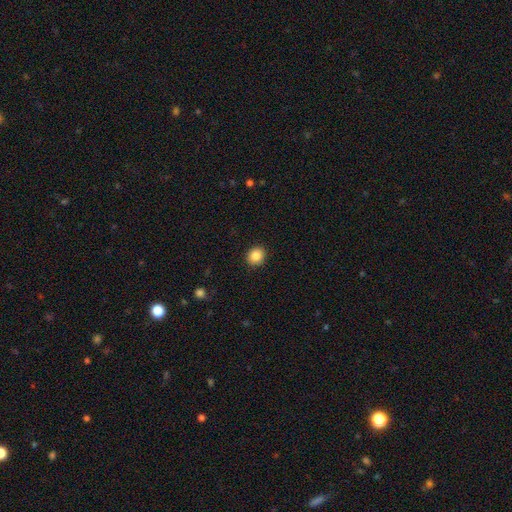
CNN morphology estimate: Smooth or featured?
  - smooth: 86% *
  - star or artifact: 9%
  - featured or disk: 5%
How rounded?
  - round: 75% *
  - in between: 24%
  - cigar-shaped: 1%
Merging?
  - none: 91% *
  - minor disturbance: 6%
  - major disturbance: 2%
  - merger: 1%